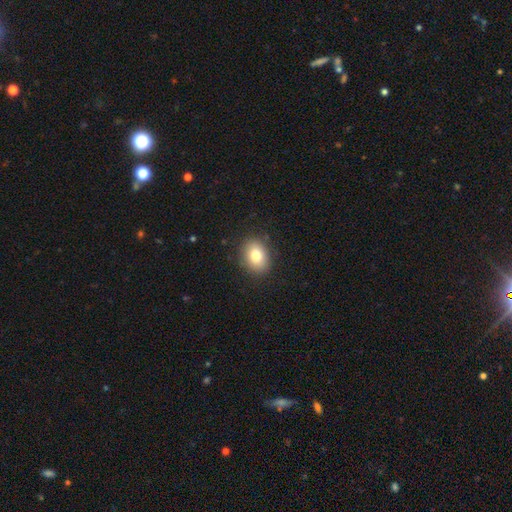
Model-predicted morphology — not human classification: This appears to be a smooth galaxy with no disk features (80%) that is in between round and cigar-shaped (64%). Merging: none (87%).